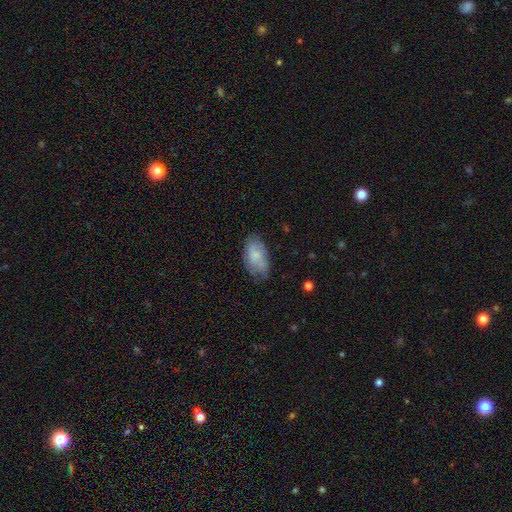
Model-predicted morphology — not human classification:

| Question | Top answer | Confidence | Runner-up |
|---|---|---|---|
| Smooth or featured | smooth | 71% | featured or disk (22%) |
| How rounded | in between | 94% | round (3%) |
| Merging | none | 66% | minor disturbance (26%) |